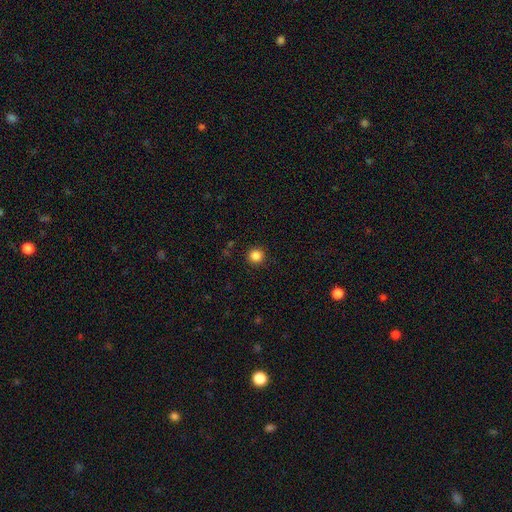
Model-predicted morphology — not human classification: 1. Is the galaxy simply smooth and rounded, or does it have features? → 86% smooth, 11% star or artifact, 3% featured or disk.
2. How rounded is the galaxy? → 95% round, 5% in between, 1% cigar-shaped.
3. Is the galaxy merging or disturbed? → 91% none, 5% minor disturbance, 2% major disturbance, 1% merger.